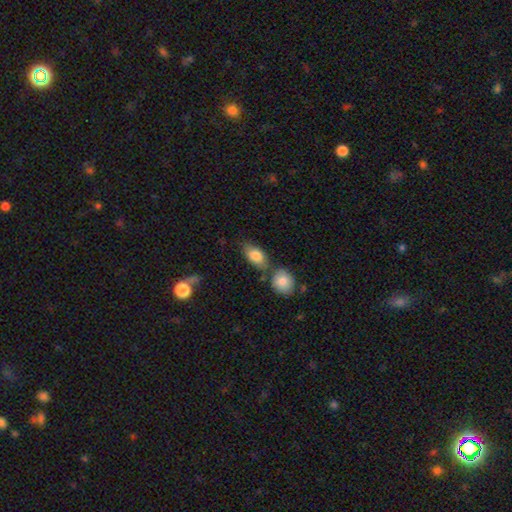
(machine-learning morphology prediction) The model was most divided on "merging": none: 57%, merger: 22%, minor disturbance: 16%, major disturbance: 5%. More confident: how rounded — in between (88%); smooth or featured — smooth (83%).